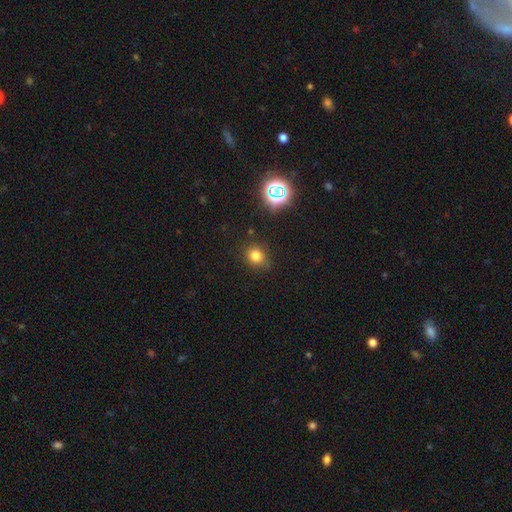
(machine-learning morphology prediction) Smooth or featured: smooth — 77% (star or artifact — 17%)
How rounded: round — 70% (in between — 29%)
Merging: none — 79% (minor disturbance — 15%)